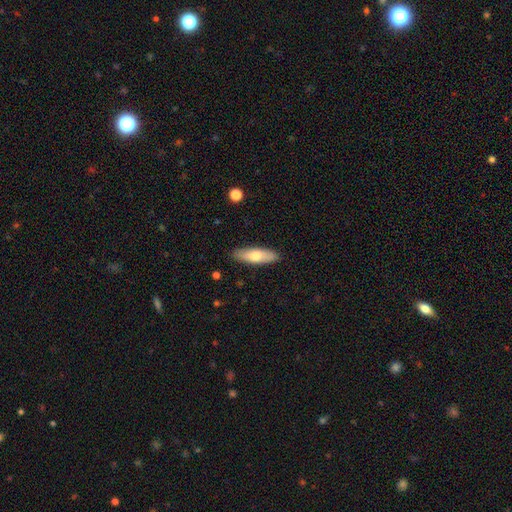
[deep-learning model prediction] A smooth galaxy with no disk features (70%) that is cigar-shaped (50%).

Vote fractions:
- Smooth or featured? smooth: 70% / featured or disk: 24% / star or artifact: 6%
- How rounded? cigar-shaped: 50% / in between: 48% / round: 2%
- Merging? none: 89% / minor disturbance: 8% / major disturbance: 2% / merger: 1%